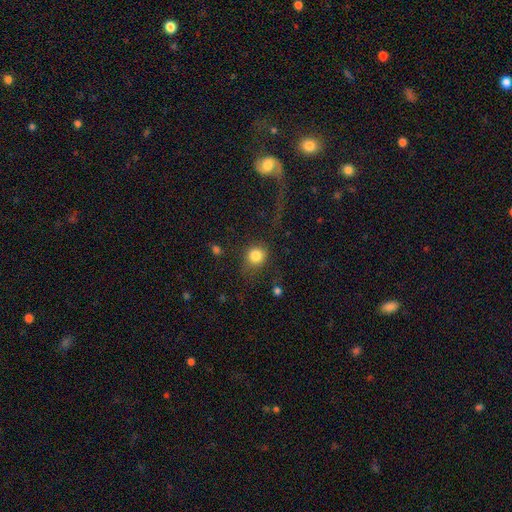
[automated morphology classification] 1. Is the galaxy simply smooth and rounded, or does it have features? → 81% smooth, 11% star or artifact, 8% featured or disk.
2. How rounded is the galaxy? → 80% round, 19% in between, 1% cigar-shaped.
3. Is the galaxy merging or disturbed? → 64% none, 17% minor disturbance, 15% major disturbance, 3% merger.